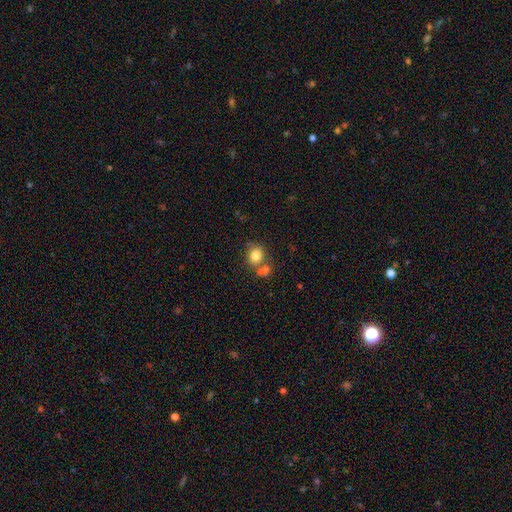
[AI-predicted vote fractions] This is clearly a smooth galaxy (81%). How rounded: likely round (67%). Merging: possibly none (54%).